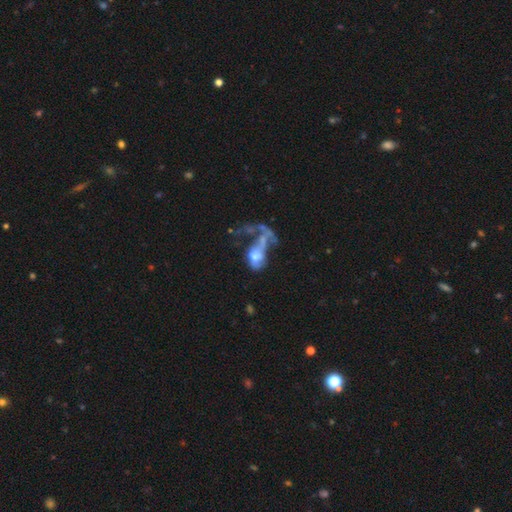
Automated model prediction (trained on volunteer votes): featured or disk 51%, smooth 38%, star or artifact 11%. Down the decision tree: edge-on disk — no (96%); merging — major disturbance (50%).